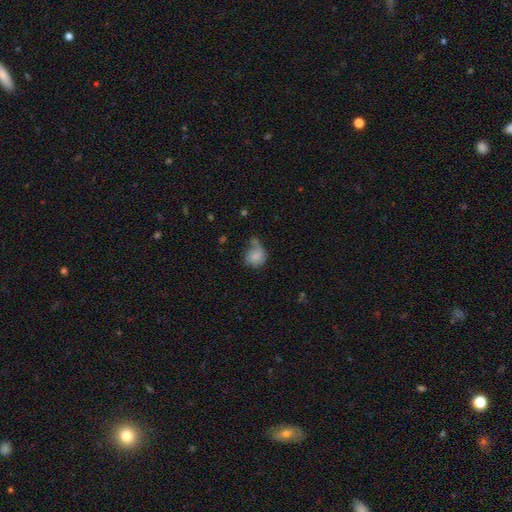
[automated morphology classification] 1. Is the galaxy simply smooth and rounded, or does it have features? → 68% smooth, 23% featured or disk, 9% star or artifact.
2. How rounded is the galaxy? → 62% round, 36% in between, 1% cigar-shaped.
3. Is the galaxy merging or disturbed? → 35% none, 30% minor disturbance, 22% major disturbance, 13% merger.